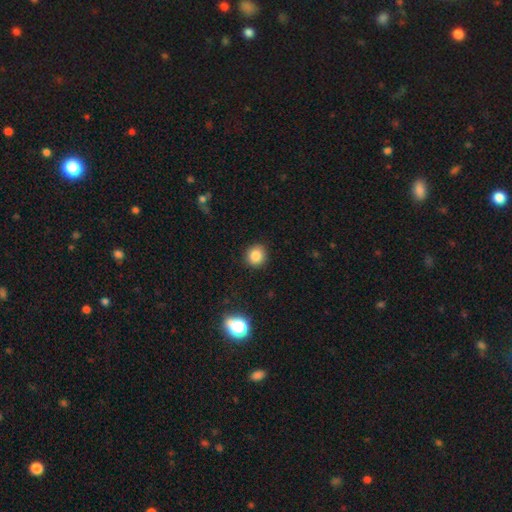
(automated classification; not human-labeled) This is clearly a smooth galaxy (83%). How rounded: clearly round (89%). Merging: clearly none (90%).